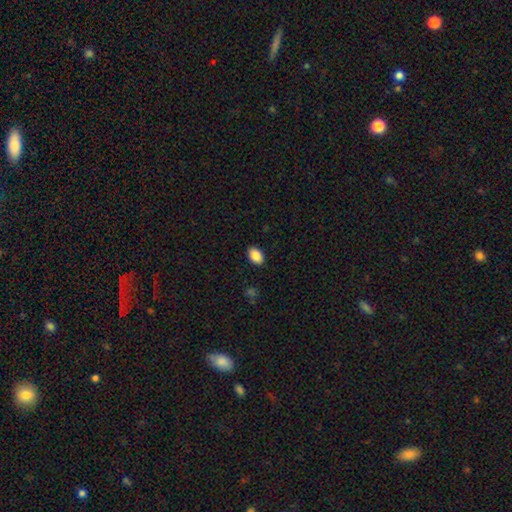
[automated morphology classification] Smooth or featured: smooth — 88% (star or artifact — 8%)
How rounded: in between — 88% (round — 11%)
Merging: none — 89% (minor disturbance — 8%)